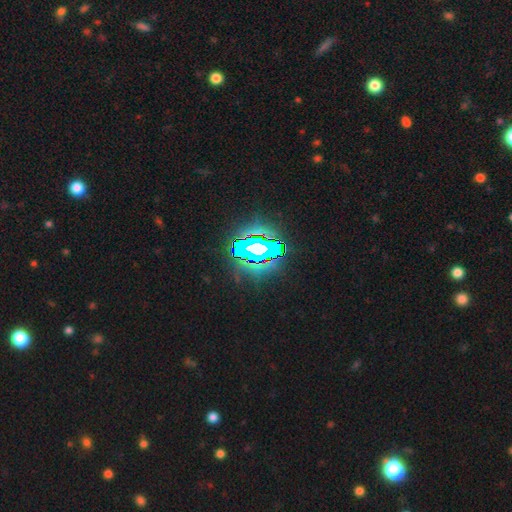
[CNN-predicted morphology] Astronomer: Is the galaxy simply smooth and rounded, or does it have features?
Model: star or artifact — 78%.